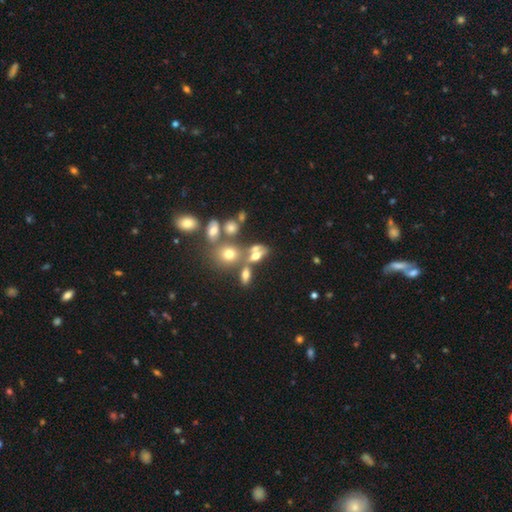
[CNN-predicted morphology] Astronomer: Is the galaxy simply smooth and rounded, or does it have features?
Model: smooth — 55%.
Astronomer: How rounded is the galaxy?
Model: in between — 67%.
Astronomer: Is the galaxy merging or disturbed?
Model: merger — 40% (runner-up: none, 39%).